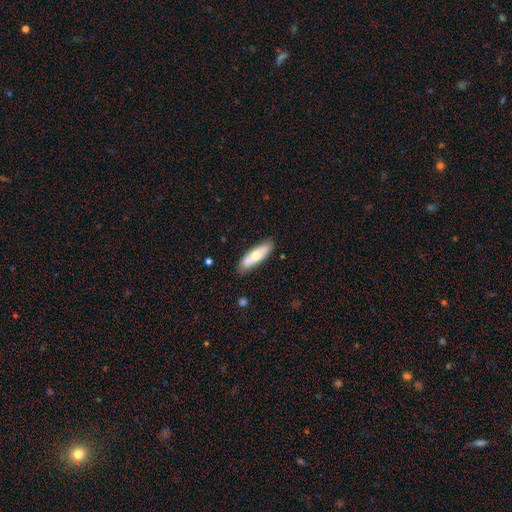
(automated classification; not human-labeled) Overall: smooth (59%; featured or disk 35%). How rounded: in between (56%; cigar-shaped 42%). Merging: none (75%).